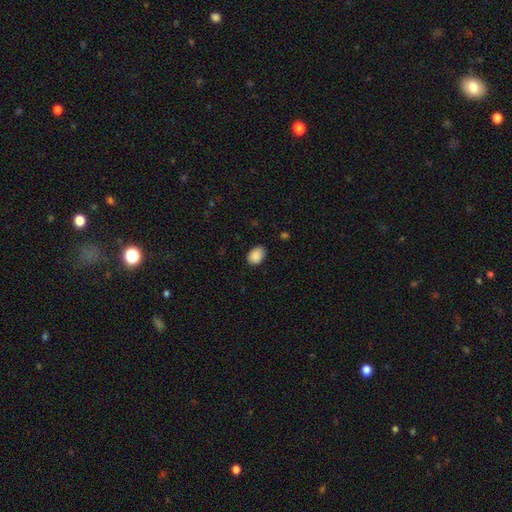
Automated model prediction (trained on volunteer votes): smooth-or-featured: smooth: 89% | star or artifact: 8% | featured or disk: 3%
  how-rounded: in between: 74% | round: 25% | cigar-shaped: 1%
  merging: none: 83% | minor disturbance: 14% | major disturbance: 3% | merger: 1%